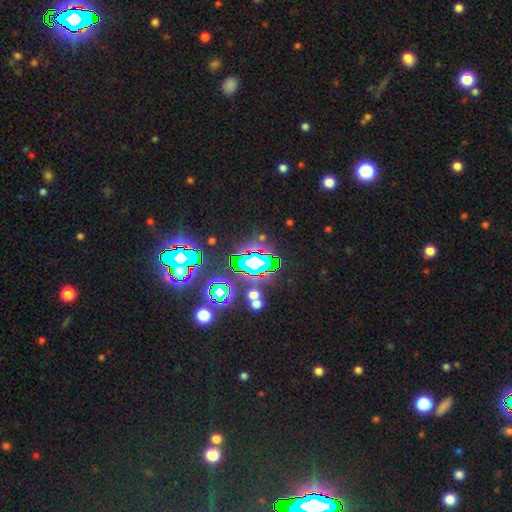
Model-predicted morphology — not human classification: type=star or artifact (76%).